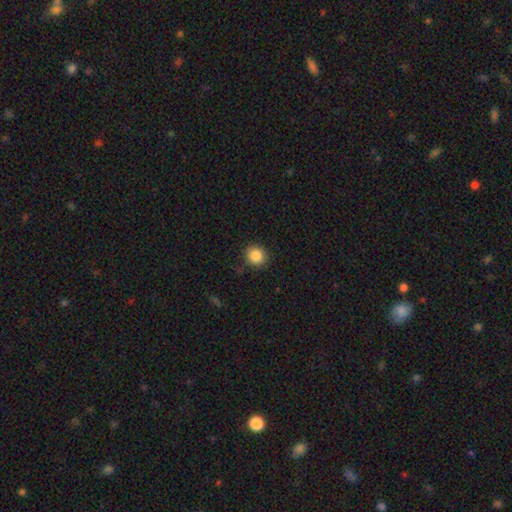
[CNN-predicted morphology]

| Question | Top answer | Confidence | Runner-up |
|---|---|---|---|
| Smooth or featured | smooth | 86% | star or artifact (10%) |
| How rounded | round | 87% | in between (12%) |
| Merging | none | 87% | minor disturbance (9%) |